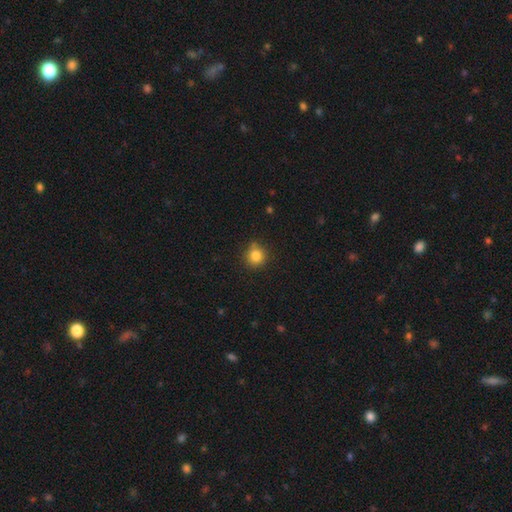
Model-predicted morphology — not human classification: Smooth or featured? Predicted: smooth (p=0.83). How rounded? Predicted: round (p=0.91). Merging? Predicted: none (p=0.81).